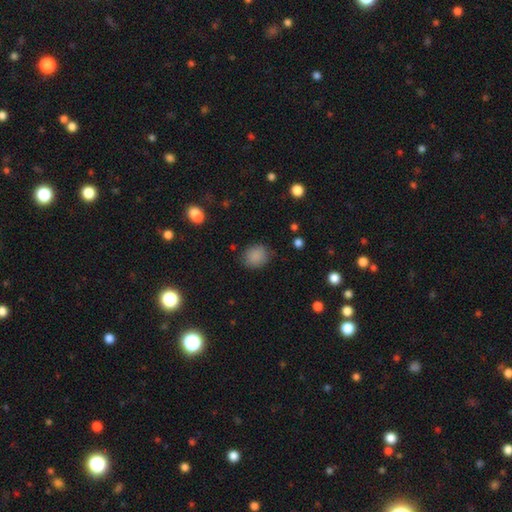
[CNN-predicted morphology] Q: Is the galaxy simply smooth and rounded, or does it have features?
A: smooth — 86%.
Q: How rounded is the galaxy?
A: round — 65%.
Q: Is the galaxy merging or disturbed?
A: none — 80%.